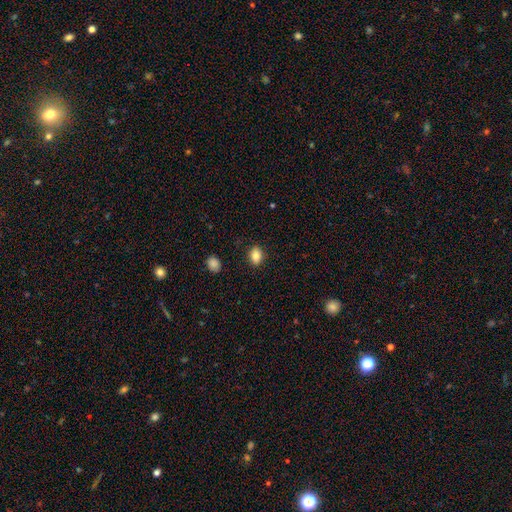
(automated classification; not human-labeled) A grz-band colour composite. It shows a smooth galaxy with no disk features (84%) that is in between round and cigar-shaped (72%). Merging: none (88%).